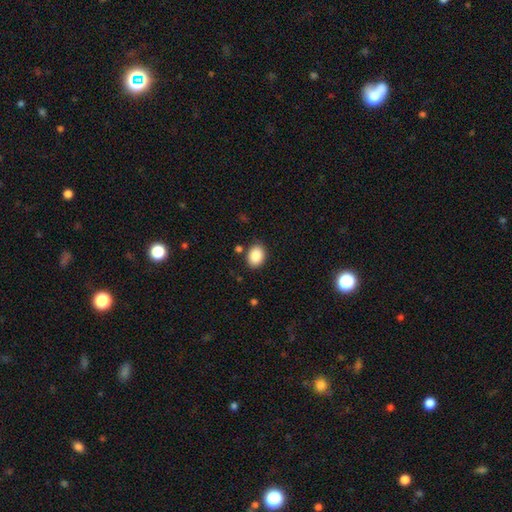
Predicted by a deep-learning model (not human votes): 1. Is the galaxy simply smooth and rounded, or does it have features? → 87% smooth, 8% star or artifact, 5% featured or disk.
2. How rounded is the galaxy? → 65% in between, 34% round, 1% cigar-shaped.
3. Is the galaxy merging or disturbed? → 84% none, 10% minor disturbance, 3% merger, 3% major disturbance.